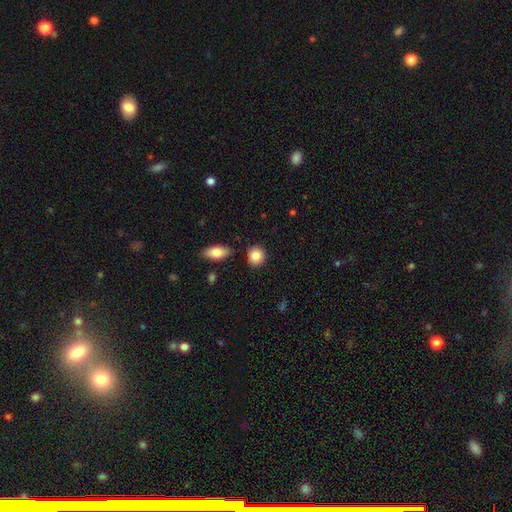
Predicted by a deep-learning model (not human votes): Smooth or featured?
  - smooth: 85% *
  - star or artifact: 8%
  - featured or disk: 8%
How rounded?
  - round: 77% *
  - in between: 21%
  - cigar-shaped: 2%
Merging?
  - none: 83% *
  - minor disturbance: 10%
  - merger: 5%
  - major disturbance: 2%